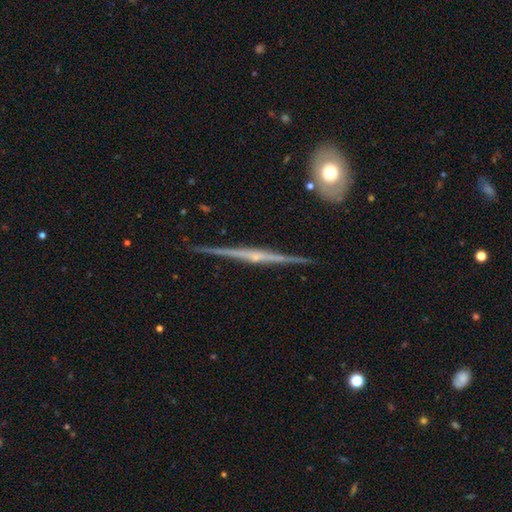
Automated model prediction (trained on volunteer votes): Smooth or featured: featured or disk — 85% (smooth — 9%)
Edge-on disk: yes — 98% (no — 2%)
Edge-on bulge: rounded — 61% (none — 28%)
Merging: none — 87% (minor disturbance — 9%)